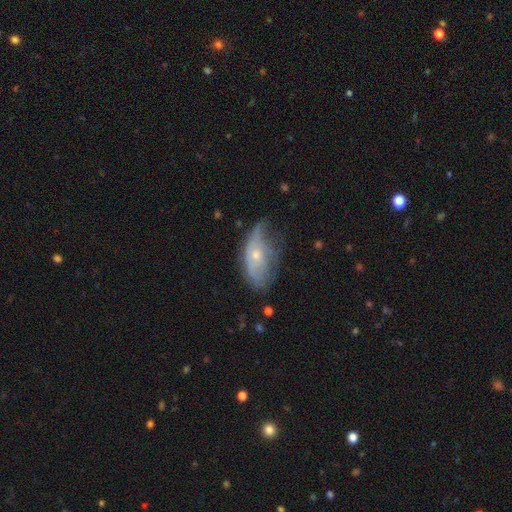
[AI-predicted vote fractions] smooth_or_featured: featured or disk (p=0.55) [alt: smooth p=0.37]
disk_edge_on: no (p=0.88) [alt: yes p=0.12]
merging: minor disturbance (p=0.37) [alt: none p=0.35]